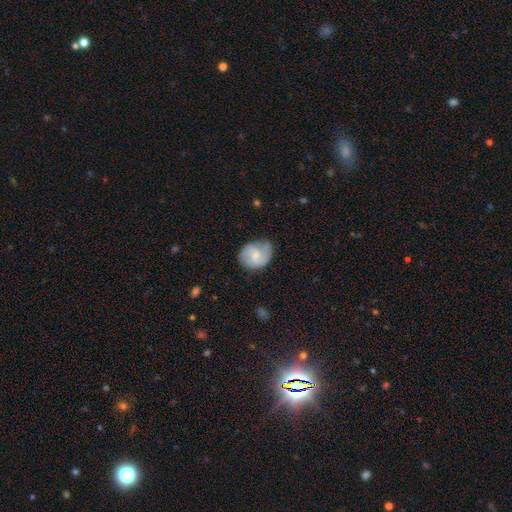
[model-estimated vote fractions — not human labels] Morphology: type=featured or disk (52%); edge-on=no (97%); bar=weak (46%, tied with no); spiral arms=yes (85%); bulge=small (49%); merging=none (64%).